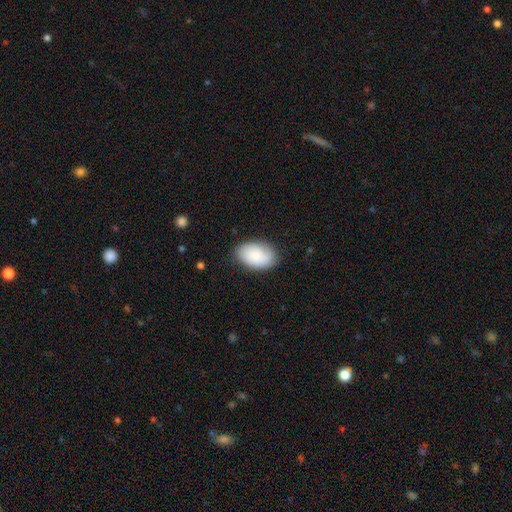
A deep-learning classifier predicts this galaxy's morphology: Smooth or featured: smooth — 80% (featured or disk — 14%)
How rounded: in between — 91% (round — 8%)
Merging: none — 75% (minor disturbance — 18%)